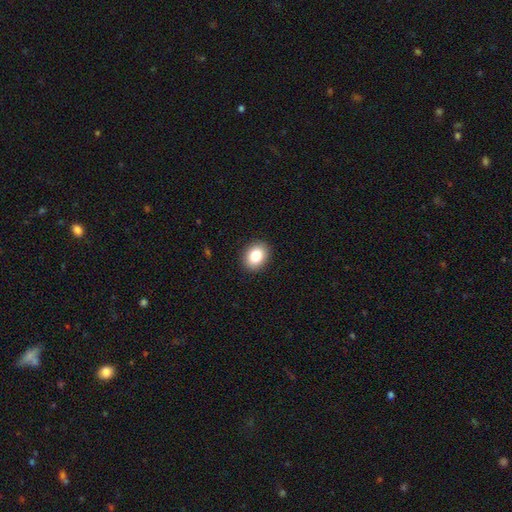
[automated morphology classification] Smooth or featured: smooth — 84% (star or artifact — 9%)
How rounded: in between — 59% (round — 40%)
Merging: none — 91% (minor disturbance — 7%)